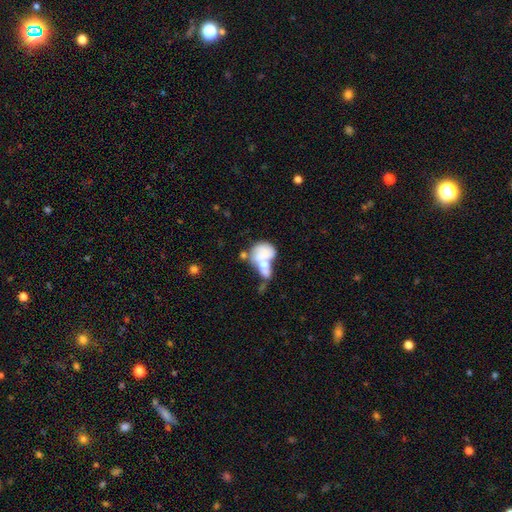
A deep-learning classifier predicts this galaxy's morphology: smooth-or-featured: smooth: 54% | featured or disk: 37% | star or artifact: 9%
  how-rounded: in between: 75% | round: 22% | cigar-shaped: 3%
  merging: merger: 59% | major disturbance: 17% | none: 14% | minor disturbance: 10%